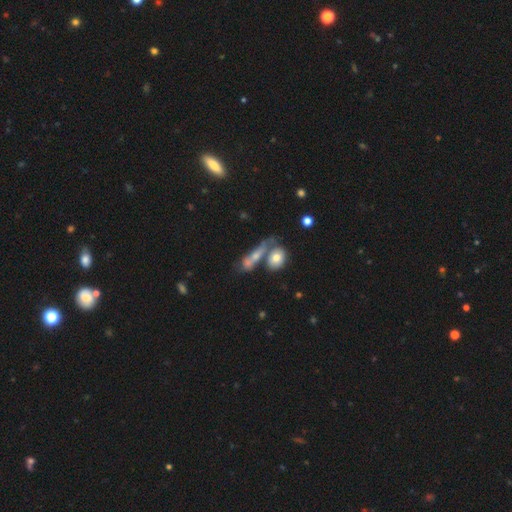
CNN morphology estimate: smooth 54%, featured or disk 35%, star or artifact 11%. Down the decision tree: how rounded — in between (49%); merging — merger (41%).